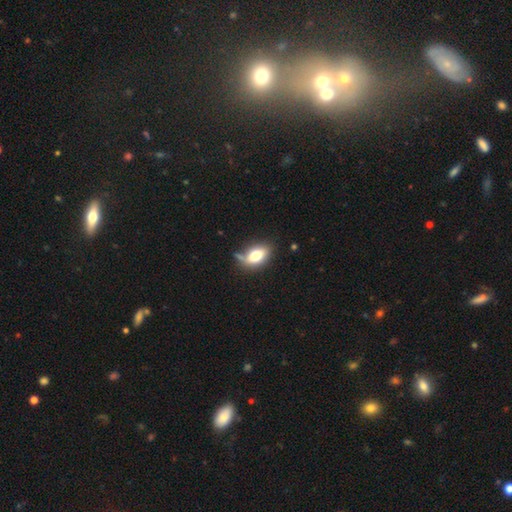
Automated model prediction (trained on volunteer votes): This appears to be a smooth galaxy with no disk features (74%) that is in between round and cigar-shaped (86%). Merging: none (55%).